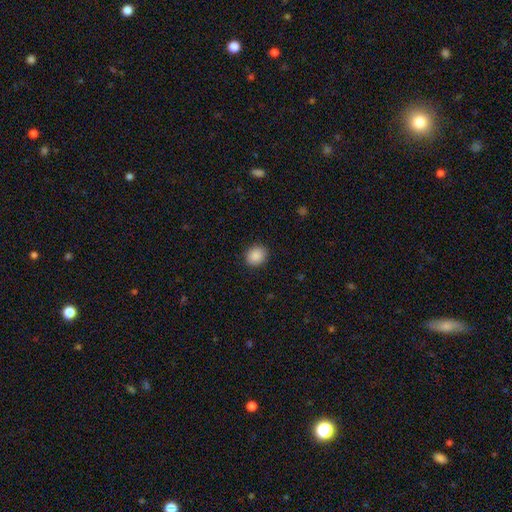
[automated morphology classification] smooth_or_featured: smooth (p=0.89) [alt: star or artifact p=0.09]
how_rounded: round (p=0.74) [alt: in between p=0.25]
merging: none (p=0.91) [alt: minor disturbance p=0.06]